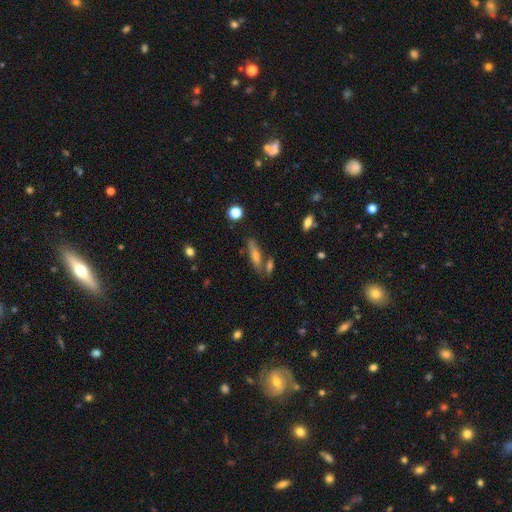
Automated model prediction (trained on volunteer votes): Smooth or featured? smooth (48%)
Merging? none (65%)